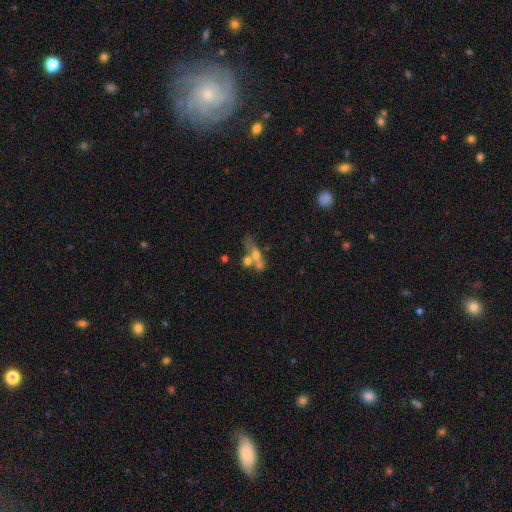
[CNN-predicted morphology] smooth-or-featured: featured or disk: 45% | smooth: 43% | star or artifact: 12%
  merging: merger: 51% | none: 28% | minor disturbance: 11% | major disturbance: 10%